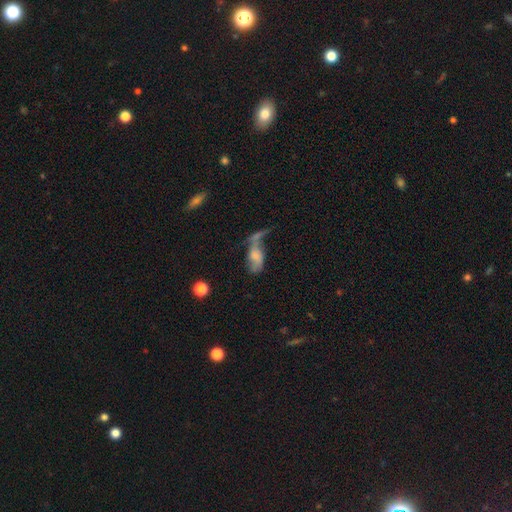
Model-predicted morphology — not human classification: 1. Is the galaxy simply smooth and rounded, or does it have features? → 47% smooth, 43% featured or disk, 10% star or artifact.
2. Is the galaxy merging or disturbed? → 34% major disturbance, 29% merger, 20% none, 17% minor disturbance.